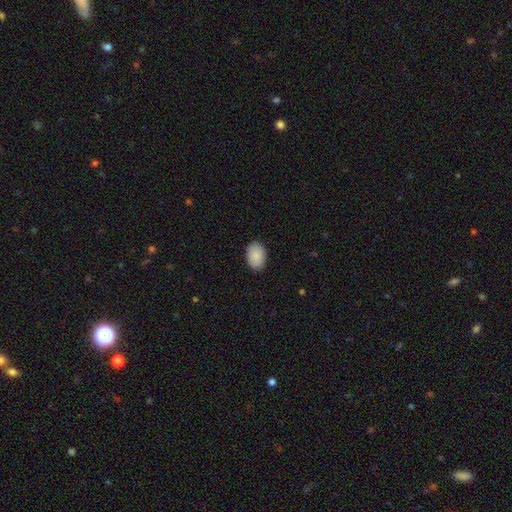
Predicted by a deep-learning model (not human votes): smooth-or-featured: smooth: 90% | star or artifact: 6% | featured or disk: 4%
  how-rounded: in between: 86% | round: 13% | cigar-shaped: 1%
  merging: none: 89% | minor disturbance: 8% | major disturbance: 2% | merger: 1%